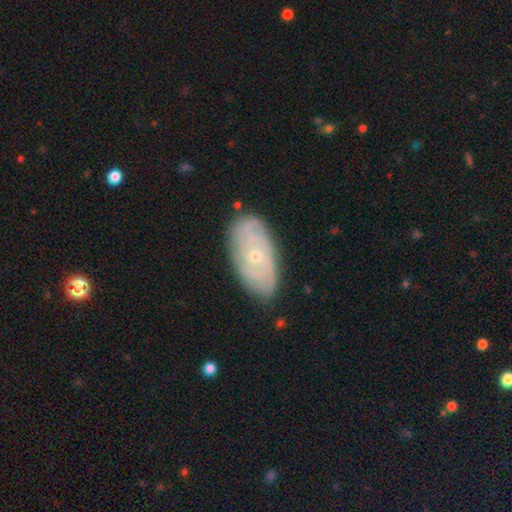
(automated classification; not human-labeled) Smooth or featured?
  - featured or disk: 76% *
  - smooth: 18%
  - star or artifact: 6%
Edge-on disk?
  - no: 94% *
  - yes: 6%
Bar?
  - no: 81% *
  - weak: 16%
  - strong: 3%
Spiral arms?
  - yes: 88% *
  - no: 12%
Spiral winding?
  - tight: 72% *
  - medium: 22%
  - loose: 6%
Spiral arm count?
  - can't tell: 47% *
  - 2: 16%
  - 3: 14%
  - 4: 12%
  - more than 4: 6%
  - 1: 5%
Bulge size?
  - small: 64% *
  - moderate: 33%
  - large: 1%
  - none: 1%
  - dominant: 1%
Merging?
  - none: 81% *
  - minor disturbance: 15%
  - major disturbance: 3%
  - merger: 1%